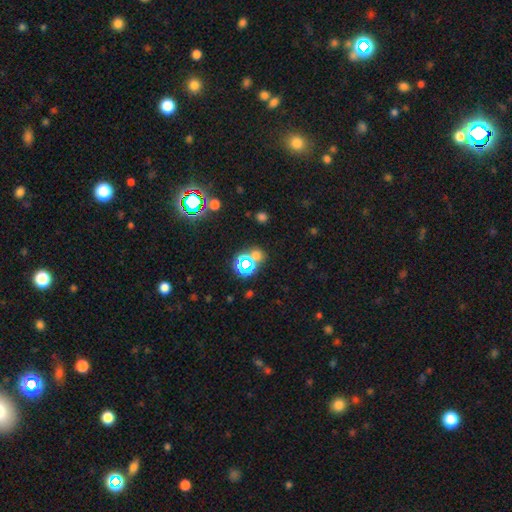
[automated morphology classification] The model was most divided on "smooth or featured": star or artifact: 50%, smooth: 41%, featured or disk: 9%.